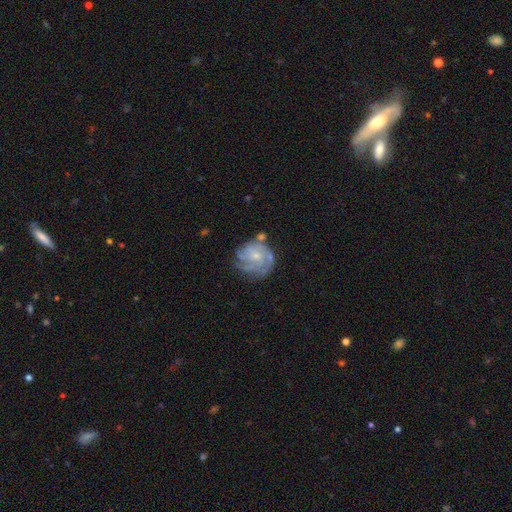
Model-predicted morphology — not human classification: This appears to be a featured or disk galaxy (79%) with no bar (73%), tight (62%) spiral arms (92%) and a small central bulge (62%). Merging: none (60%).